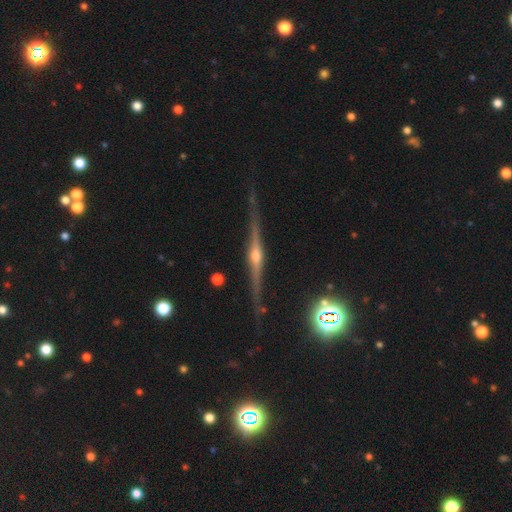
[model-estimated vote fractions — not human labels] Smooth or featured: featured or disk — 86% (star or artifact — 8%)
Edge-on disk: yes — 98% (no — 2%)
Edge-on bulge: rounded — 92% (boxy — 4%)
Merging: none — 86% (minor disturbance — 10%)